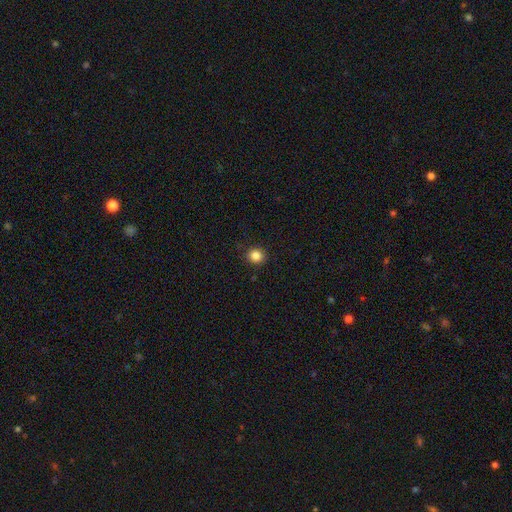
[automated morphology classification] Q: Smooth or featured?
A: smooth (85%); runner-up: star or artifact (11%)
Q: How rounded?
A: round (91%); runner-up: in between (8%)
Q: Merging?
A: none (91%); runner-up: minor disturbance (6%)